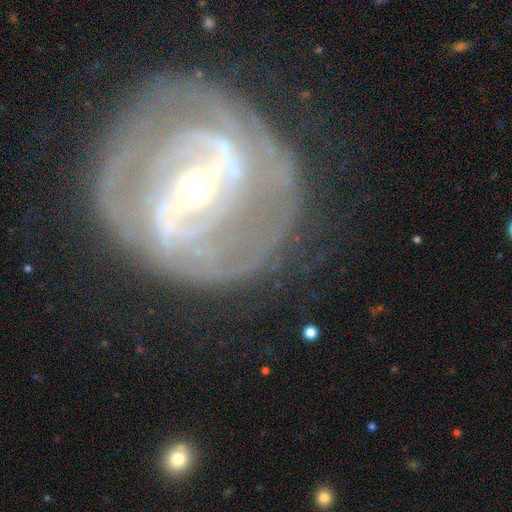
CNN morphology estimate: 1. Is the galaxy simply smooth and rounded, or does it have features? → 87% featured or disk, 7% smooth, 6% star or artifact.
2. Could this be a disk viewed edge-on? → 95% no, 5% yes.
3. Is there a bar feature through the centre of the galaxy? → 62% strong, 28% weak, 10% no.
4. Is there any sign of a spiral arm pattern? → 90% yes, 10% no.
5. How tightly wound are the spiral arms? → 57% tight, 32% medium, 11% loose.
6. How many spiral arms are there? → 45% 2, 26% can't tell, 13% 3, 6% 4, 5% 1, 5% more than 4.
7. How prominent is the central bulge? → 48% moderate, 47% small, 4% large, 1% dominant, 1% none.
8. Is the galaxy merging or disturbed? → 71% none, 16% minor disturbance, 11% major disturbance, 2% merger.